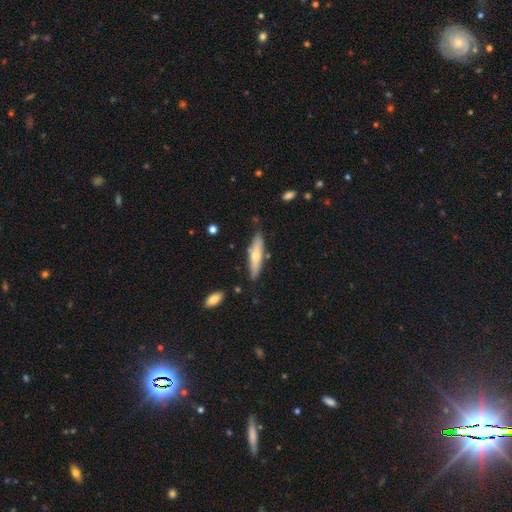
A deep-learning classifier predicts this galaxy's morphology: Smooth or featured? Predicted: smooth (p=0.52). How rounded? Predicted: cigar-shaped (p=0.73). Merging? Predicted: none (p=0.78).